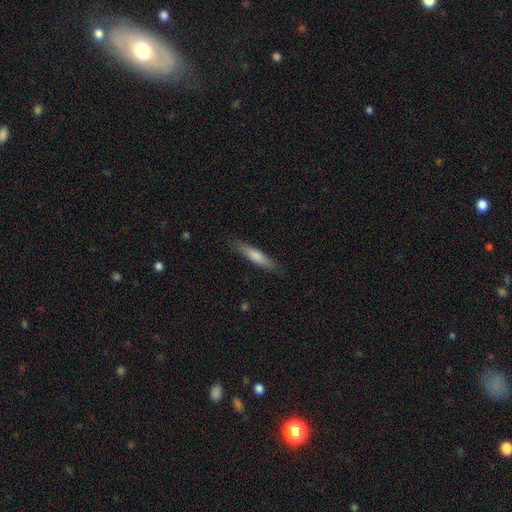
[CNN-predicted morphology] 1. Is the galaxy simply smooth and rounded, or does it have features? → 54% smooth, 38% featured or disk, 7% star or artifact.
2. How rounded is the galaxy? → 91% cigar-shaped, 8% in between, 1% round.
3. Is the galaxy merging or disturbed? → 89% none, 9% minor disturbance, 2% major disturbance, 1% merger.